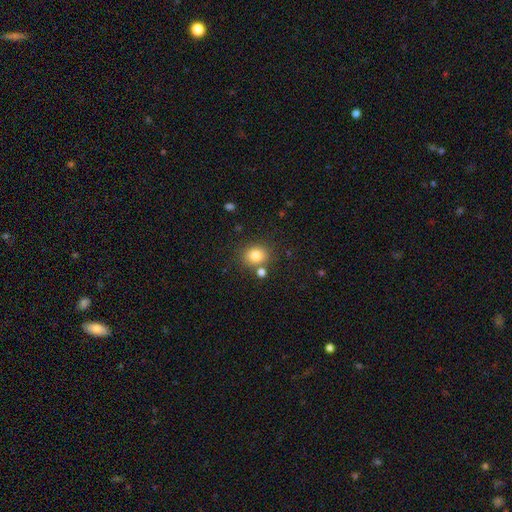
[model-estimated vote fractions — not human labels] Overall: smooth (81%). How rounded: round (72%). Merging: none (76%).